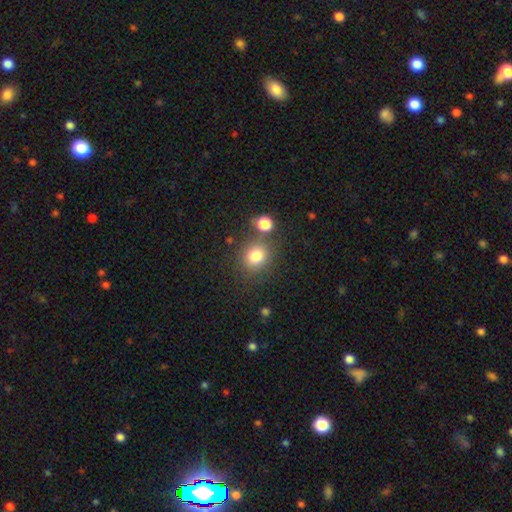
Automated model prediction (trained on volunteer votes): A smooth galaxy with no disk features (79%) that is round (81%).

Vote fractions:
- Smooth or featured? smooth: 79% / star or artifact: 13% / featured or disk: 8%
- How rounded? round: 81% / in between: 18% / cigar-shaped: 1%
- Merging? none: 72% / merger: 13% / minor disturbance: 11% / major disturbance: 4%